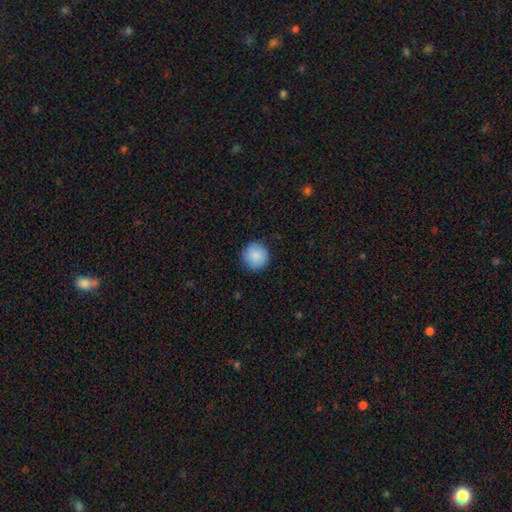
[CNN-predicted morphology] Overall: smooth (88%). How rounded: round (95%). Merging: none (88%).